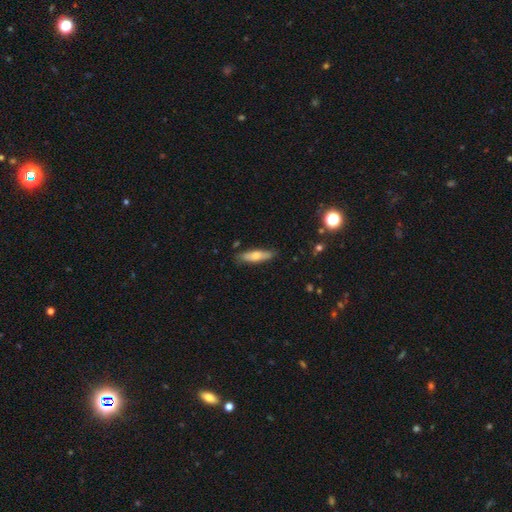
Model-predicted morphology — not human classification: Overall: smooth (65%; featured or disk 29%). How rounded: cigar-shaped (67%; in between 31%). Merging: none (82%).